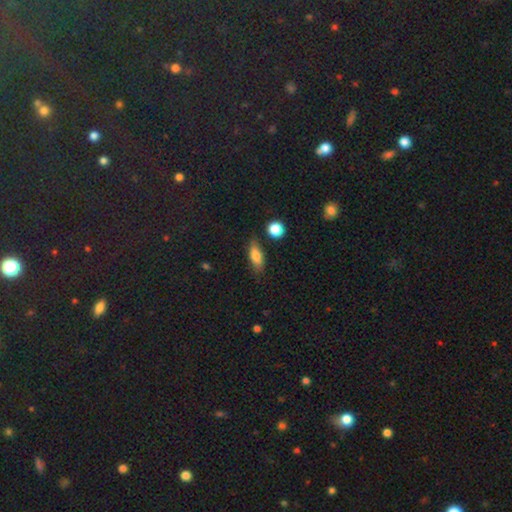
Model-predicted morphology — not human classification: Smooth or featured?
  - smooth: 76% *
  - featured or disk: 15%
  - star or artifact: 8%
How rounded?
  - in between: 71% *
  - cigar-shaped: 24%
  - round: 5%
Merging?
  - none: 78% *
  - minor disturbance: 15%
  - major disturbance: 4%
  - merger: 4%